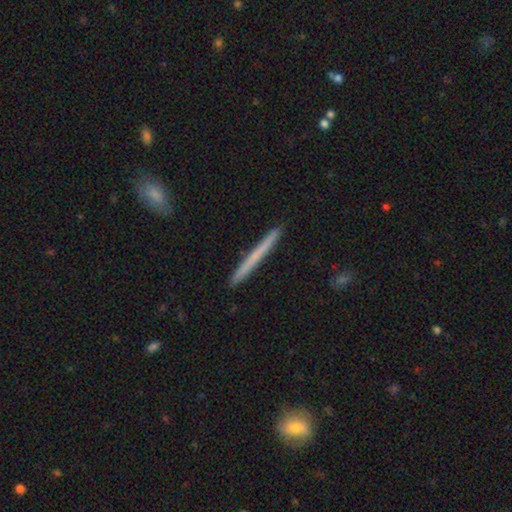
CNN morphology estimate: Smooth or featured? Predicted: smooth (p=0.56). How rounded? Predicted: cigar-shaped (p=0.97). Merging? Predicted: none (p=0.93).